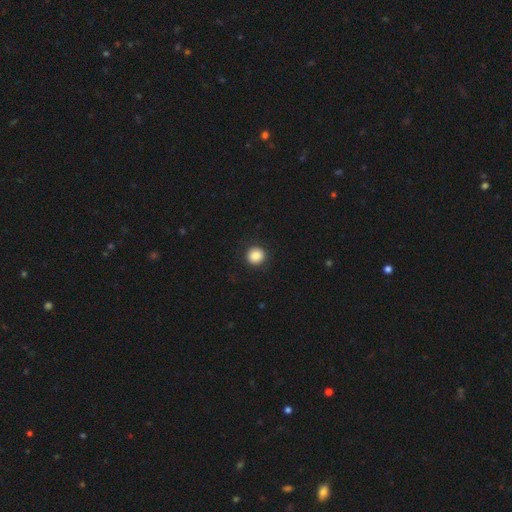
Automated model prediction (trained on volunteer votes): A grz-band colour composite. It shows a smooth galaxy with no disk features (87%) that is round (94%). Merging: none (92%).